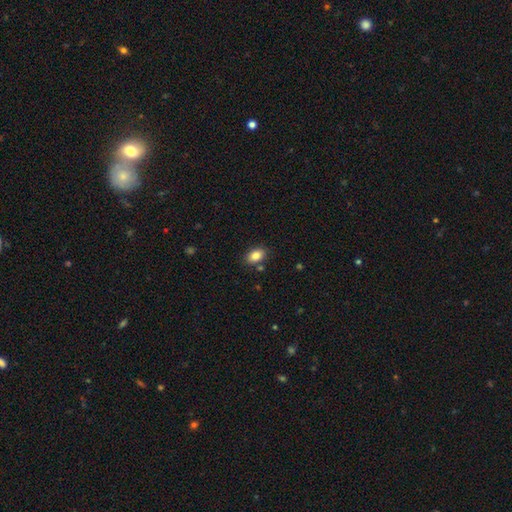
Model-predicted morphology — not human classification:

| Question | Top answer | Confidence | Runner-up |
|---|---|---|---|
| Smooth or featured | smooth | 84% | star or artifact (8%) |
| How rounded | in between | 86% | round (13%) |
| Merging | none | 81% | minor disturbance (11%) |